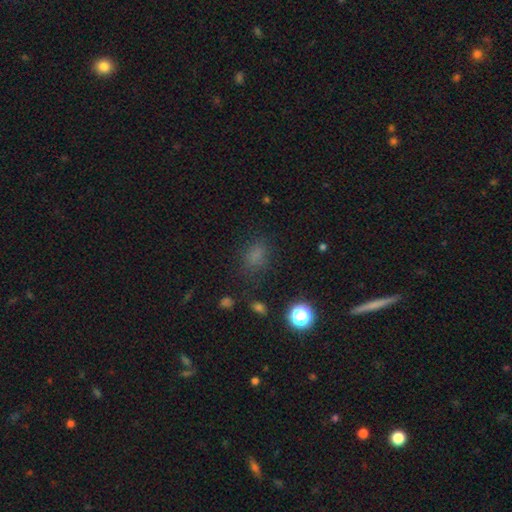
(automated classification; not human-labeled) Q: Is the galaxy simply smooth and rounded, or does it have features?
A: smooth — 71%.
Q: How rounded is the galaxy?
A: in between — 66%.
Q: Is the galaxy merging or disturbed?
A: none — 72%.